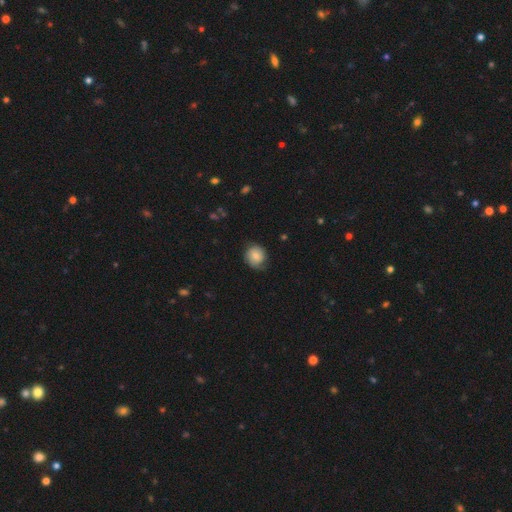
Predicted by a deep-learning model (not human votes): Morphology: type=smooth (70%); roundness=round (81%); merging=none (66%).